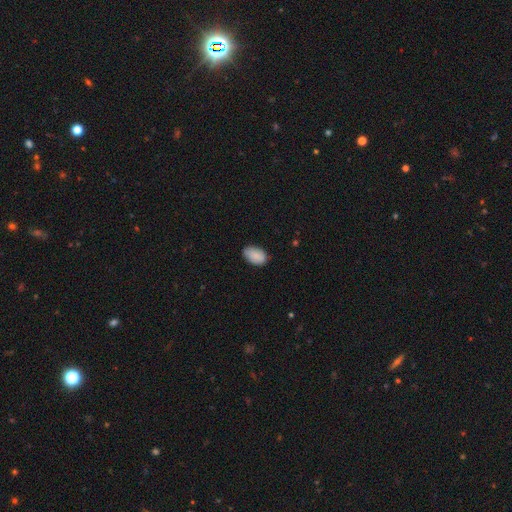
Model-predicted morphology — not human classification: A smooth galaxy with no disk features (87%) that is in between round and cigar-shaped (92%). Merging: none (78%).